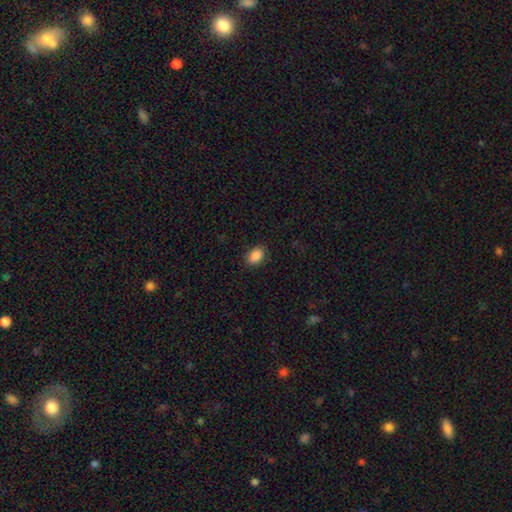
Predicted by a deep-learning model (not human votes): The model was most divided on "how rounded": in between: 83%, round: 15%, cigar-shaped: 1%. More confident: smooth or featured — smooth (88%); merging — none (87%).